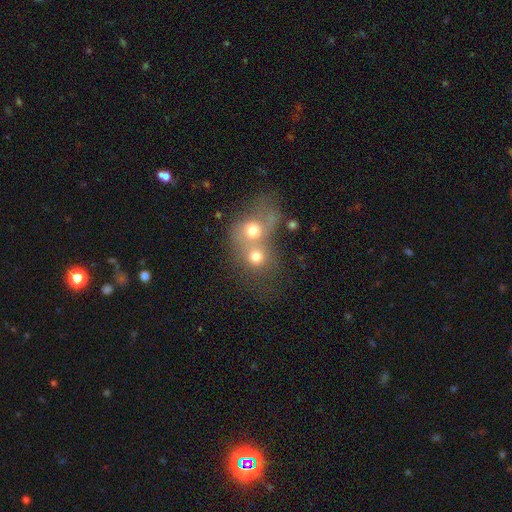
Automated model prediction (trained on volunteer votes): Overall: smooth (63%). How rounded: round (72%). Merging: merger (70%).